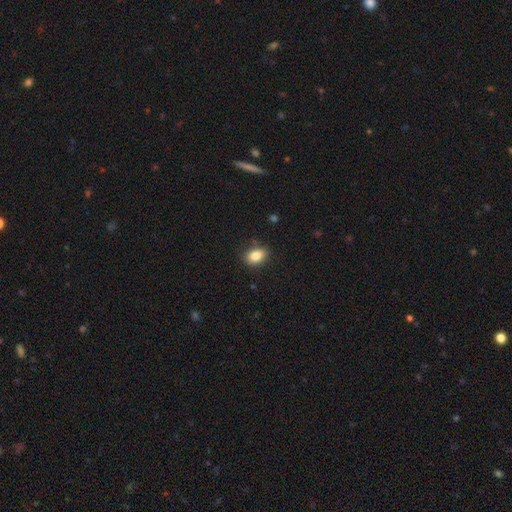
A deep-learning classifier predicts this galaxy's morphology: Q: Smooth or featured?
A: smooth (84%); runner-up: star or artifact (9%)
Q: How rounded?
A: in between (75%); runner-up: round (24%)
Q: Merging?
A: none (83%); runner-up: minor disturbance (12%)